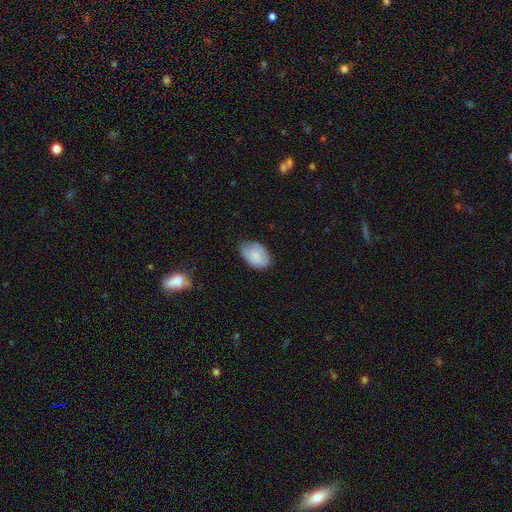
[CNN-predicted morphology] type=smooth (75%); roundness=in between (88%); merging=none (72%).